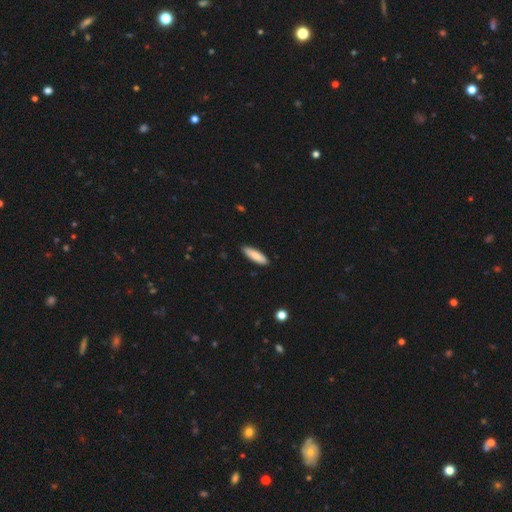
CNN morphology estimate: smooth_or_featured: smooth (p=0.85) [alt: featured or disk p=0.09]
how_rounded: cigar-shaped (p=0.59) [alt: in between p=0.40]
merging: none (p=0.88) [alt: minor disturbance p=0.09]